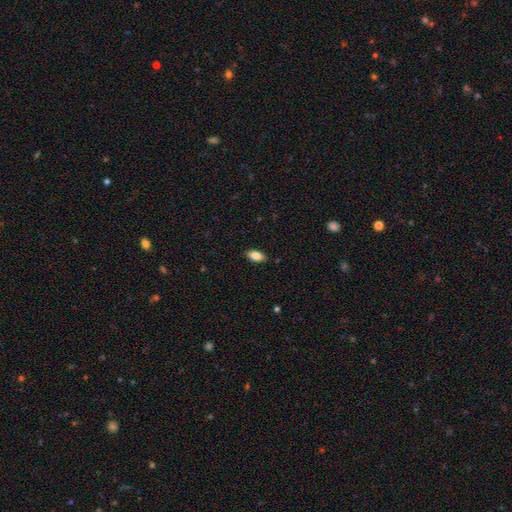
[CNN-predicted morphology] smooth_or_featured: smooth (p=0.82) [alt: featured or disk p=0.10]
how_rounded: in between (p=0.90) [alt: cigar-shaped p=0.07]
merging: none (p=0.88) [alt: minor disturbance p=0.09]